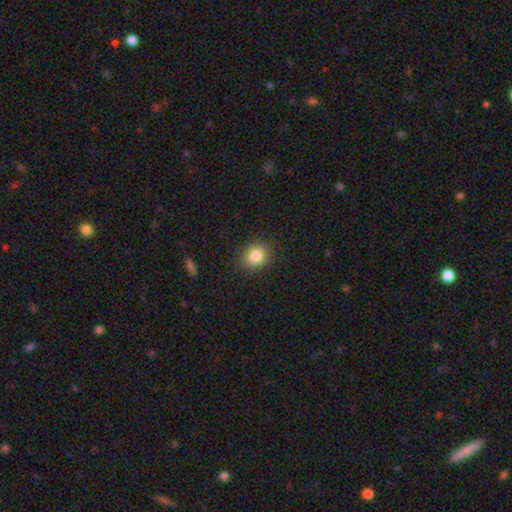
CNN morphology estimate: A smooth galaxy with no disk features (84%) that is round (71%).

Vote fractions:
- Smooth or featured? smooth: 84% / star or artifact: 10% / featured or disk: 6%
- How rounded? round: 71% / in between: 28% / cigar-shaped: 1%
- Merging? none: 88% / minor disturbance: 8% / major disturbance: 2% / merger: 1%